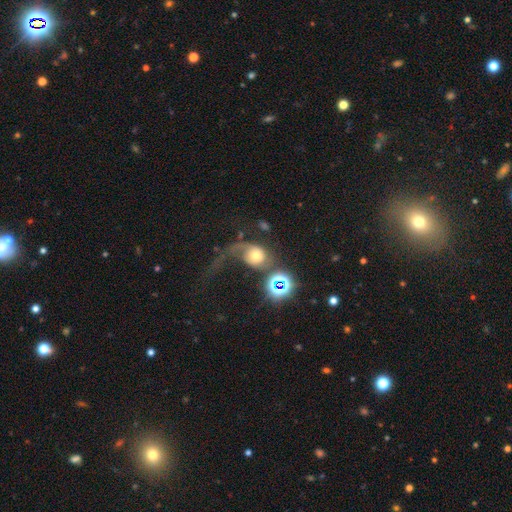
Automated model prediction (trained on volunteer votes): Morphology: type=featured or disk (44%); merging=major disturbance (53%).